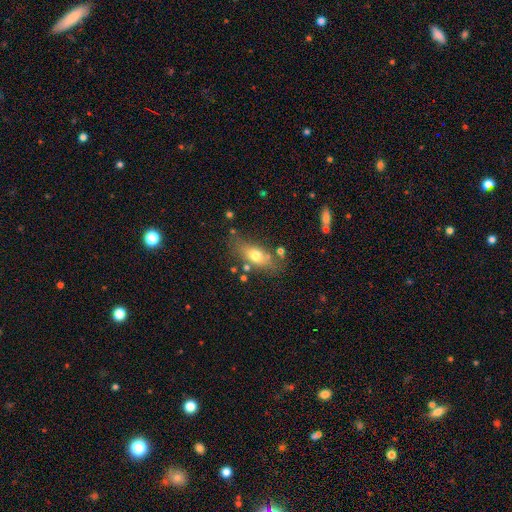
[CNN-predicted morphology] Smooth or featured: smooth — 67% (featured or disk — 24%)
How rounded: in between — 76% (cigar-shaped — 16%)
Merging: none — 69% (minor disturbance — 18%)